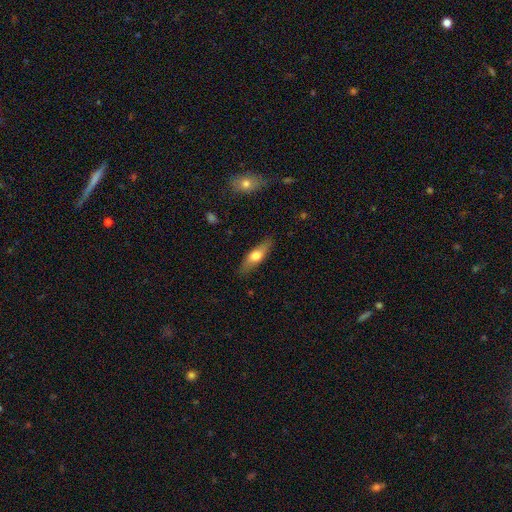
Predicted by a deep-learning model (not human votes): A smooth galaxy with no disk features (57%) that is cigar-shaped (50%). Merging: none (84%).